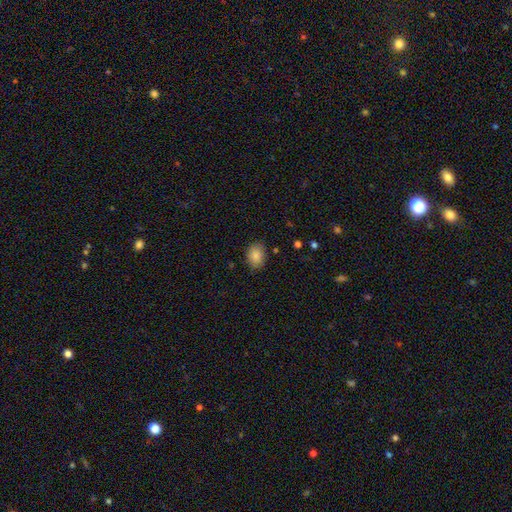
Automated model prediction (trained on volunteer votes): The model was most divided on "how rounded": in between: 68%, round: 31%, cigar-shaped: 1%. More confident: smooth or featured — smooth (87%); merging — none (84%).